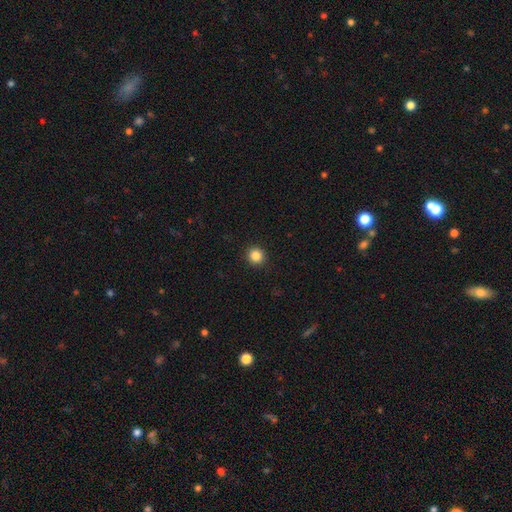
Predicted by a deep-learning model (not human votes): smooth-or-featured: smooth: 86% | star or artifact: 11% | featured or disk: 4%
  how-rounded: round: 91% | in between: 8% | cigar-shaped: 1%
  merging: none: 93% | minor disturbance: 5% | major disturbance: 2% | merger: 1%